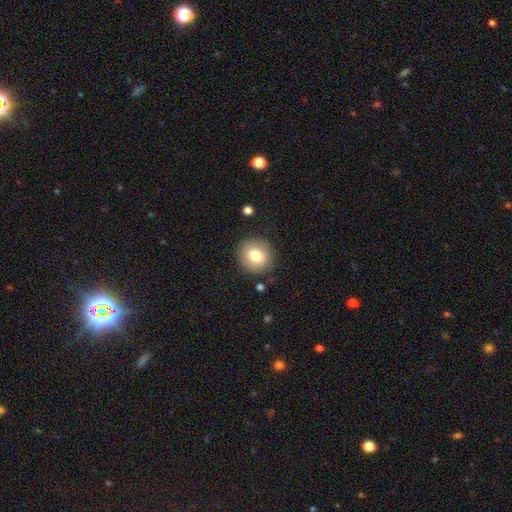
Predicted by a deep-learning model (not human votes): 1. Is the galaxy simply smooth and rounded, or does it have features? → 79% smooth, 12% featured or disk, 9% star or artifact.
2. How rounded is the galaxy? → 84% round, 15% in between, 1% cigar-shaped.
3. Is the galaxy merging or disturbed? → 87% none, 8% minor disturbance, 3% major disturbance, 2% merger.